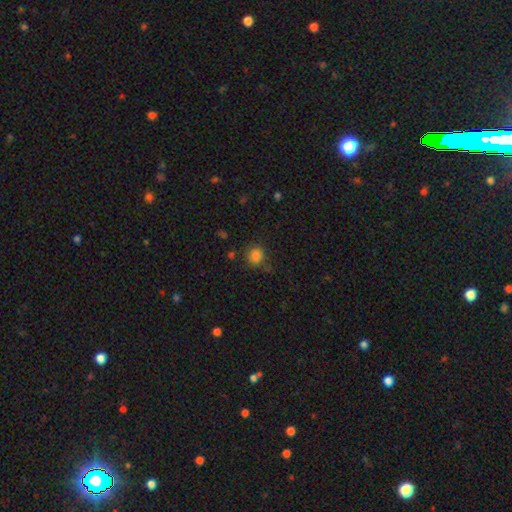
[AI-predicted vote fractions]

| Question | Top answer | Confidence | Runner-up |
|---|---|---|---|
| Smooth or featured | smooth | 82% | star or artifact (13%) |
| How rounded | round | 83% | in between (16%) |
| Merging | none | 76% | minor disturbance (15%) |